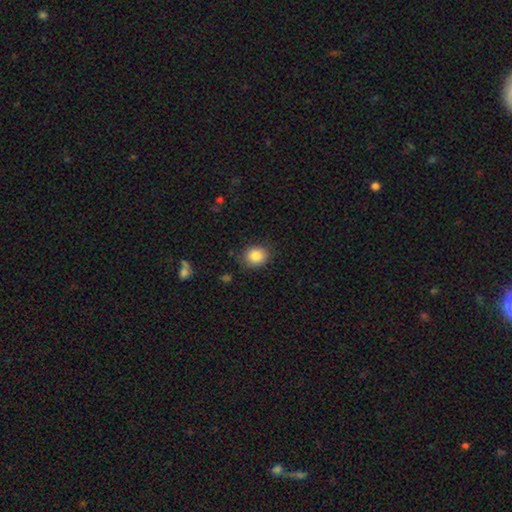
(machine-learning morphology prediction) smooth 86%, star or artifact 9%, featured or disk 5%. Down the decision tree: how rounded — round (69%); merging — none (84%).